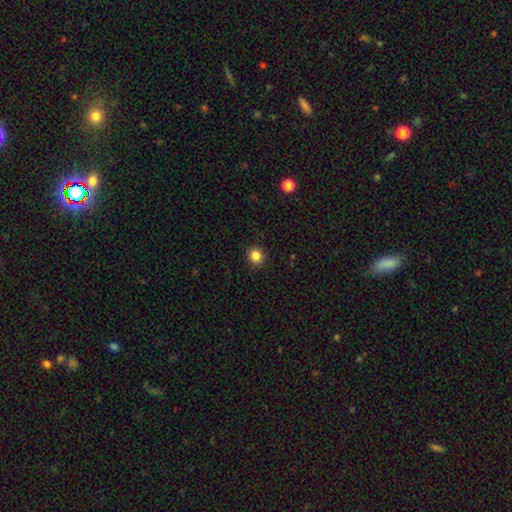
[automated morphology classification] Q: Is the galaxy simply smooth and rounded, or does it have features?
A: smooth — 85%.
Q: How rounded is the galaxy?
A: round — 91%.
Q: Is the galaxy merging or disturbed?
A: none — 92%.